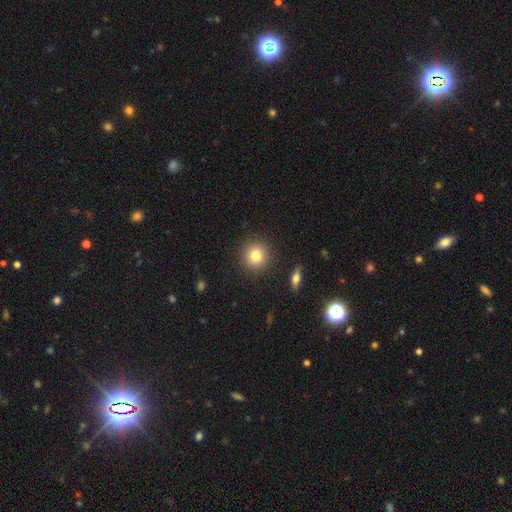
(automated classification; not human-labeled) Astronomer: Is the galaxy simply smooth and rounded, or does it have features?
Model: smooth — 80%.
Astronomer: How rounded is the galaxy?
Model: round — 92%.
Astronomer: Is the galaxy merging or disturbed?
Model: none — 90%.